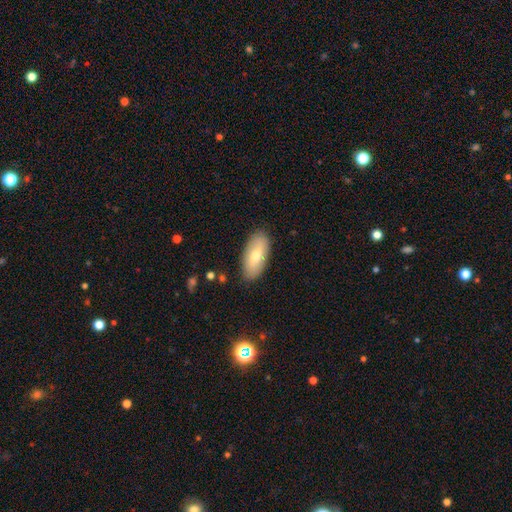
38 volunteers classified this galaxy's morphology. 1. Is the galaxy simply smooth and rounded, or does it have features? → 63% smooth, 29% featured or disk, 8% star or artifact.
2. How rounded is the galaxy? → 92% in between, 8% cigar-shaped, 0% round.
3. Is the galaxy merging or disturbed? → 100% none, 0% minor disturbance, 0% major disturbance, 0% merger.